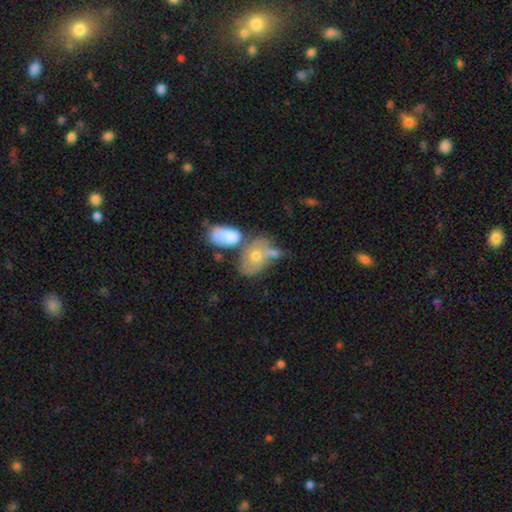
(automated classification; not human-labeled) Smooth or featured?
  - smooth: 57% *
  - featured or disk: 34%
  - star or artifact: 9%
How rounded?
  - in between: 82% *
  - round: 16%
  - cigar-shaped: 2%
Merging?
  - merger: 42% *
  - none: 27%
  - minor disturbance: 18%
  - major disturbance: 13%